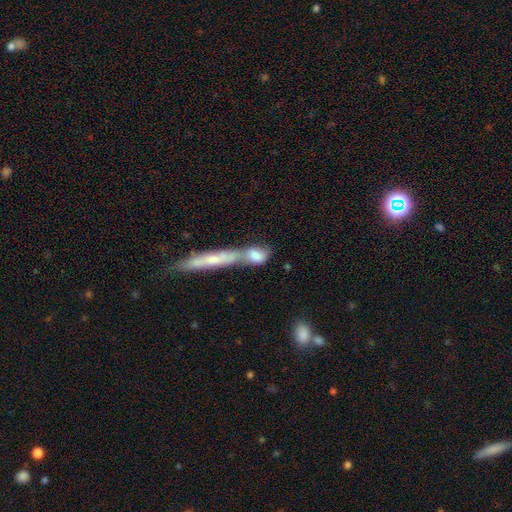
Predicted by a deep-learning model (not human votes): smooth-or-featured: smooth: 70% | featured or disk: 23% | star or artifact: 8%
  how-rounded: in between: 54% | cigar-shaped: 29% | round: 17%
  merging: merger: 64% | none: 21% | minor disturbance: 9% | major disturbance: 6%